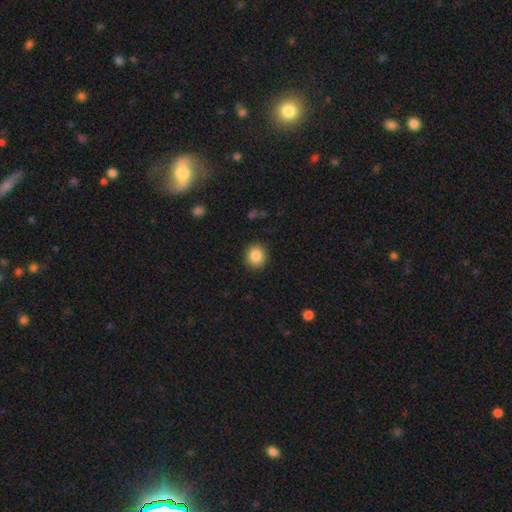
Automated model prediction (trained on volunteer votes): Smooth or featured? Predicted: smooth (p=0.85). How rounded? Predicted: round (p=0.86). Merging? Predicted: none (p=0.90).